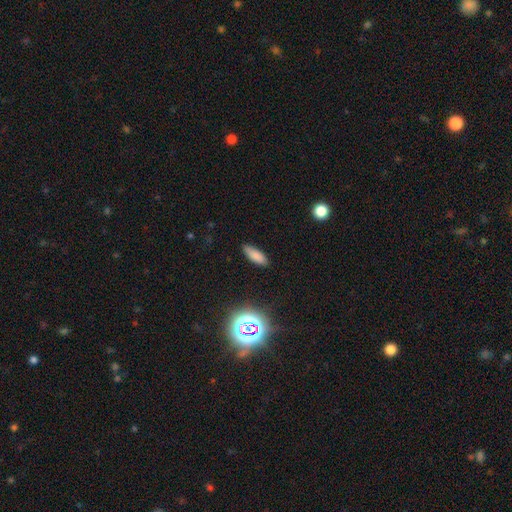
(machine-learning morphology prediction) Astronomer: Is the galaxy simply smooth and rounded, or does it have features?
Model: smooth — 81%.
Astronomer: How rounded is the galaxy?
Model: in between — 68%.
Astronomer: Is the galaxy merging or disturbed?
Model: none — 86%.